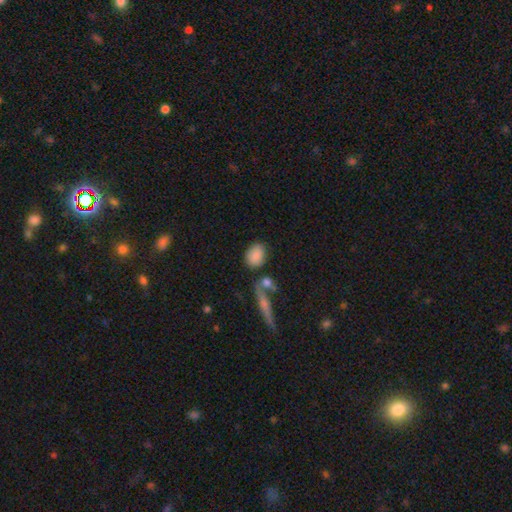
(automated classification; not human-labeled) Smooth or featured? smooth (83%)
How rounded? in between (72%)
Merging? none (68%)